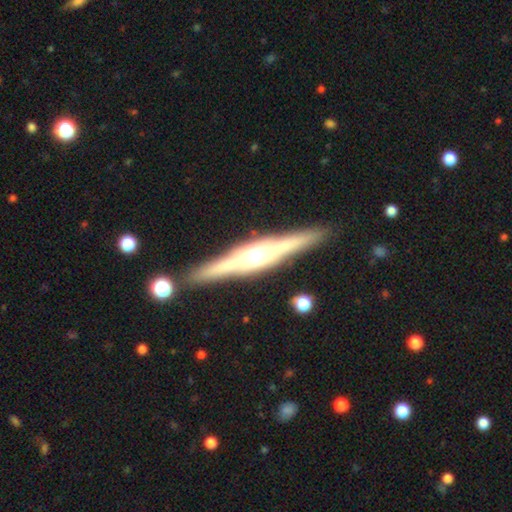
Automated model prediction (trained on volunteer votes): Smooth or featured?
  - featured or disk: 80% *
  - smooth: 14%
  - star or artifact: 6%
Edge-on disk?
  - yes: 98% *
  - no: 2%
Edge-on bulge?
  - rounded: 72% *
  - boxy: 24%
  - none: 5%
Merging?
  - none: 89% *
  - minor disturbance: 7%
  - merger: 2%
  - major disturbance: 2%